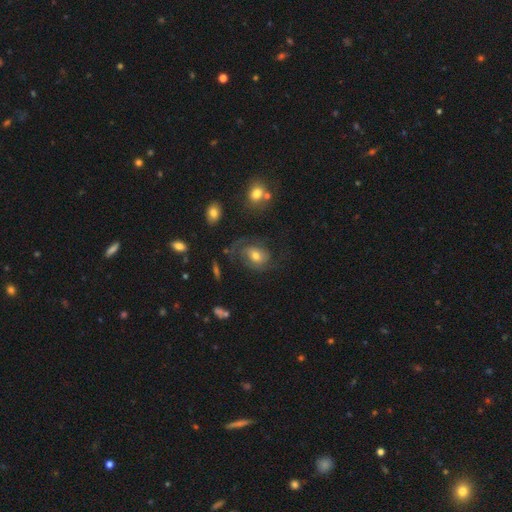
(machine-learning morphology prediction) Q: Smooth or featured?
A: featured or disk (71%); runner-up: smooth (20%)
Q: Edge-on disk?
A: no (97%); runner-up: yes (3%)
Q: Bar?
A: no (61%); runner-up: weak (31%)
Q: Spiral arms?
A: yes (90%); runner-up: no (10%)
Q: Spiral winding?
A: medium (43%); runner-up: tight (33%)
Q: Spiral arm count?
A: 2 (70%); runner-up: can't tell (11%)
Q: Bulge size?
A: moderate (62%); runner-up: small (26%)
Q: Merging?
A: none (59%); runner-up: major disturbance (21%)